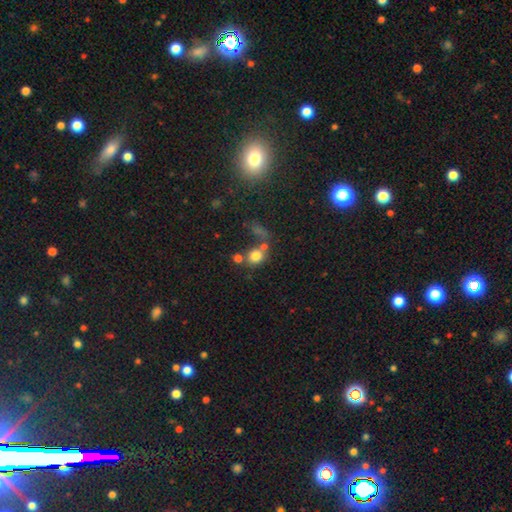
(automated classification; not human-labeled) The model was most divided on "merging": none: 50%, merger: 31%, minor disturbance: 11%, major disturbance: 8%. More confident: smooth or featured — smooth (76%); how rounded — round (75%).